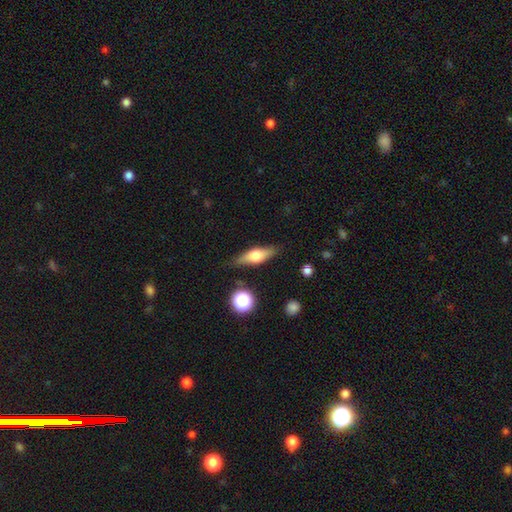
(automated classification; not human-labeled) The model was most divided on "smooth or featured": smooth: 49%, featured or disk: 43%, star or artifact: 7%. More confident: merging — none (82%).